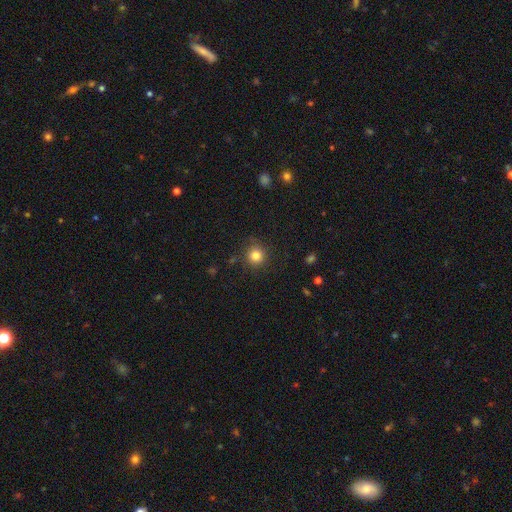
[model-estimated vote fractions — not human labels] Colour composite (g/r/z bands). It shows a smooth galaxy with no disk features (82%) that is round (93%). Merging: none (88%).